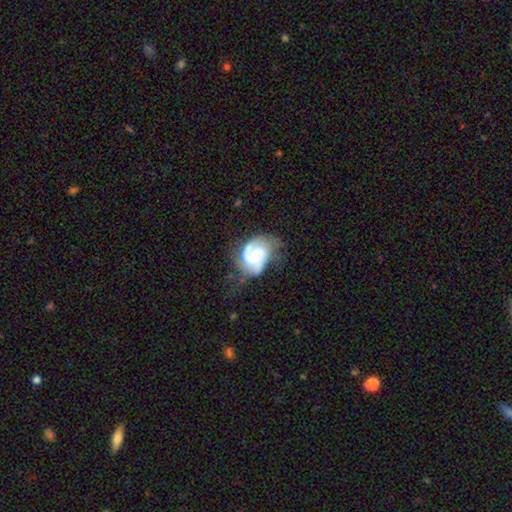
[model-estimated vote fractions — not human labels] A featured or disk galaxy (75%) with no bar (59%), 2 (64%) medium (44%) spiral arms (93%) and a small central bulge (43%). Merging: none (42%).